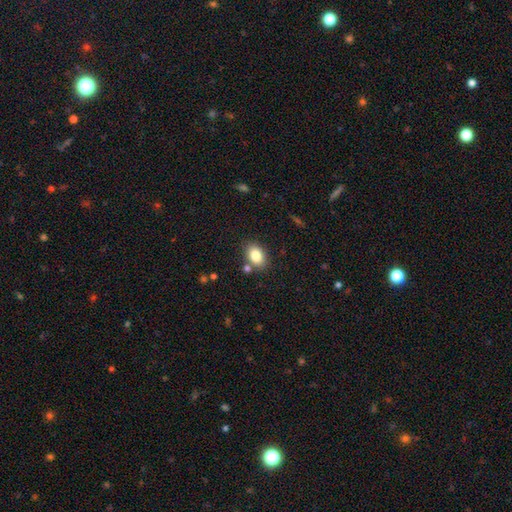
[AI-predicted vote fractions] This is clearly a smooth galaxy (83%). How rounded: clearly in between (80%). Merging: likely none (79%).